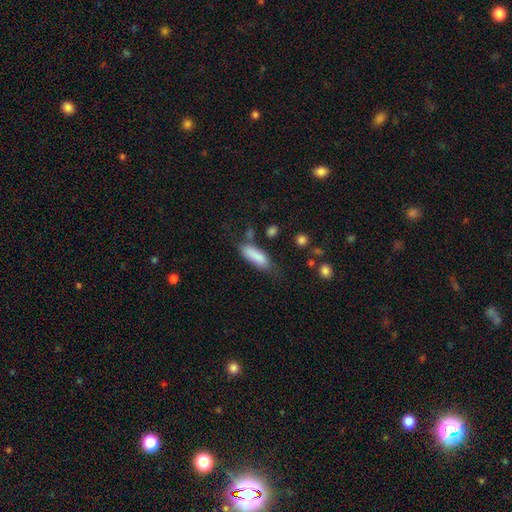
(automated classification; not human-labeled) Smooth or featured?
  - smooth: 85% *
  - featured or disk: 8%
  - star or artifact: 7%
How rounded?
  - in between: 58% *
  - cigar-shaped: 40%
  - round: 2%
Merging?
  - none: 57% *
  - minor disturbance: 26%
  - major disturbance: 9%
  - merger: 7%